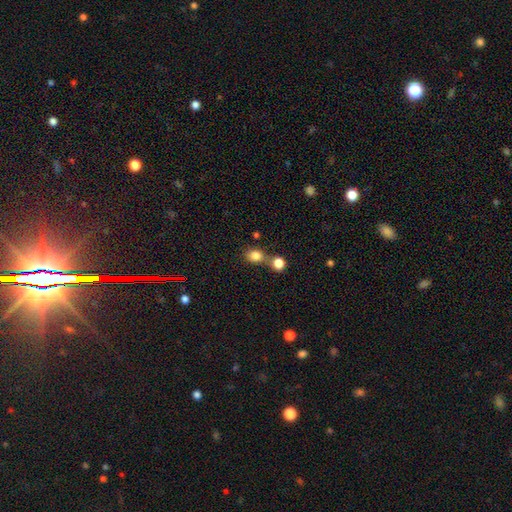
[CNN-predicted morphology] This is clearly a smooth galaxy (82%). How rounded: likely round (66%). Merging: possibly none (48%).